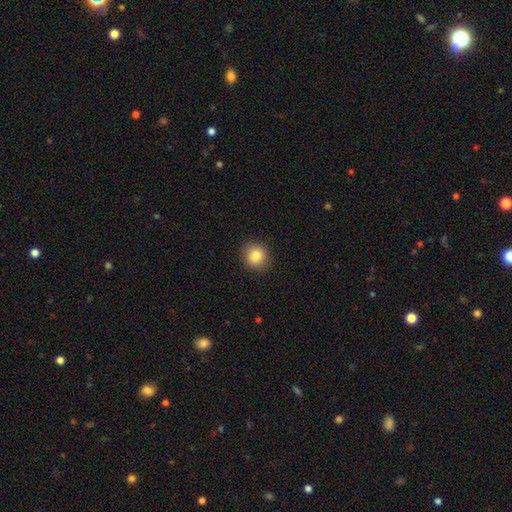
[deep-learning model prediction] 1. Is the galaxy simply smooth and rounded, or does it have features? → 84% smooth, 10% star or artifact, 6% featured or disk.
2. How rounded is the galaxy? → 89% round, 10% in between, 1% cigar-shaped.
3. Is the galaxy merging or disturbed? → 91% none, 6% minor disturbance, 2% major disturbance, 1% merger.